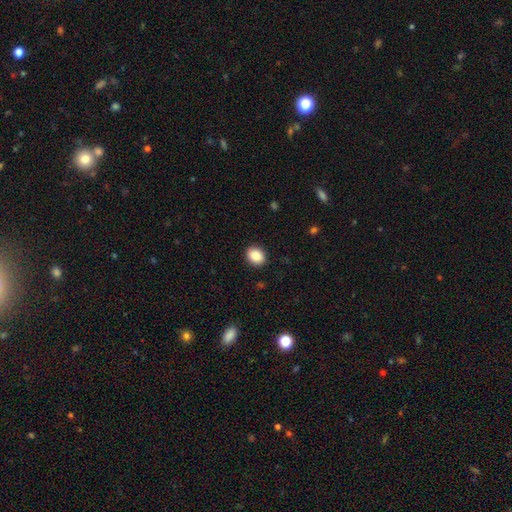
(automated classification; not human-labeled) smooth 86%, star or artifact 9%, featured or disk 5%. Down the decision tree: how rounded — round (64%); merging — none (91%).